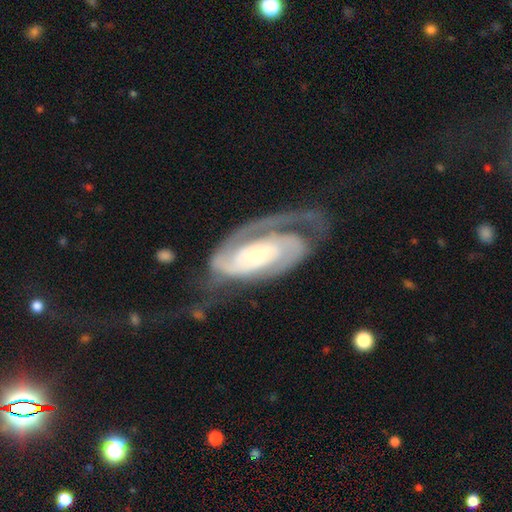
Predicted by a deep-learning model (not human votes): smooth_or_featured: featured or disk (p=0.89) [alt: smooth p=0.07]
disk_edge_on: no (p=0.96) [alt: yes p=0.04]
bar: no (p=0.57) [alt: weak p=0.26]
has_spiral_arms: yes (p=0.97) [alt: no p=0.03]
spiral_winding: tight (p=0.60) [alt: medium p=0.31]
spiral_arm_count: 2 (p=0.61) [alt: 1 p=0.22]
bulge_size: small (p=0.51) [alt: moderate p=0.27]
merging: none (p=0.49) [alt: major disturbance p=0.28]